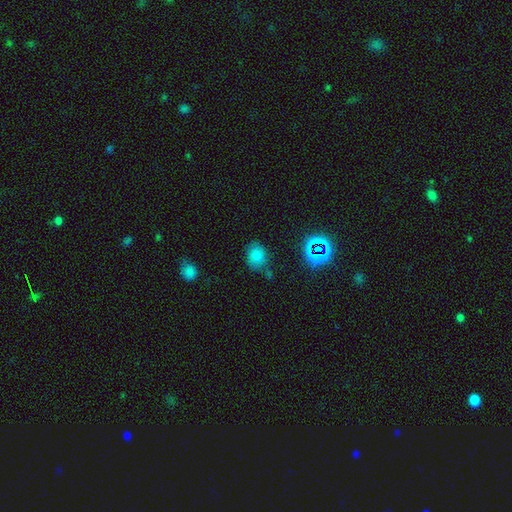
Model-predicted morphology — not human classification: A smooth galaxy with no disk features (73%) that is in between round and cigar-shaped (52%).

Vote fractions:
- Smooth or featured? smooth: 73% / star or artifact: 18% / featured or disk: 9%
- How rounded? in between: 52% / round: 47% / cigar-shaped: 1%
- Merging? none: 69% / minor disturbance: 19% / merger: 7% / major disturbance: 5%